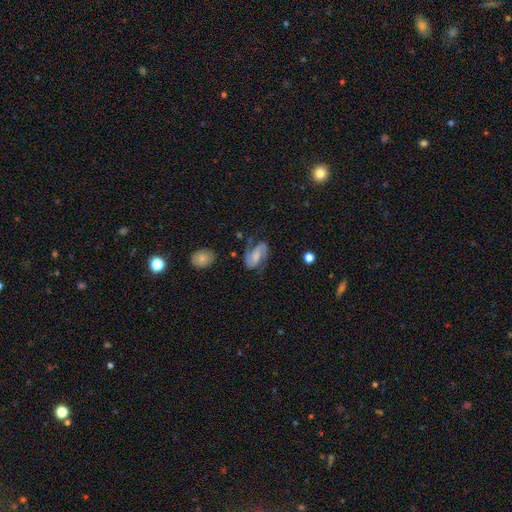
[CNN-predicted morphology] Smooth or featured?
  - featured or disk: 81% *
  - smooth: 13%
  - star or artifact: 6%
Edge-on disk?
  - no: 97% *
  - yes: 3%
Bar?
  - no: 42% *
  - weak: 41%
  - strong: 17%
Spiral arms?
  - yes: 96% *
  - no: 4%
Spiral winding?
  - medium: 53% *
  - tight: 28%
  - loose: 20%
Spiral arm count?
  - 2: 91% *
  - can't tell: 3%
  - 1: 2%
  - 3: 1%
  - 4: 1%
  - more than 4: 1%
Bulge size?
  - none: 34% *
  - moderate: 25%
  - small: 25%
  - large: 13%
  - dominant: 3%
Merging?
  - none: 71% *
  - minor disturbance: 18%
  - major disturbance: 8%
  - merger: 3%